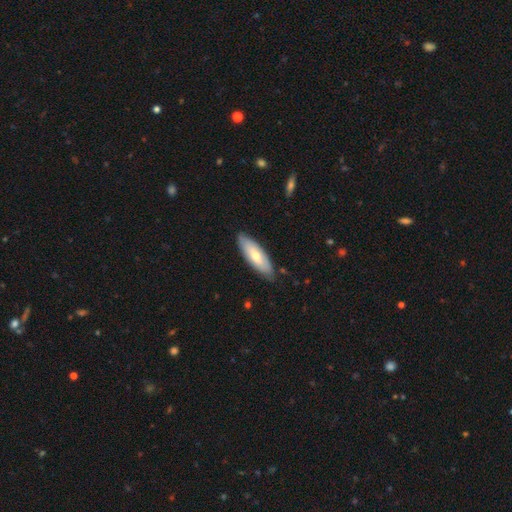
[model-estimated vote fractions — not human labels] smooth_or_featured: smooth (p=0.61) [alt: featured or disk p=0.33]
how_rounded: in between (p=0.63) [alt: cigar-shaped p=0.35]
merging: none (p=0.83) [alt: minor disturbance p=0.13]